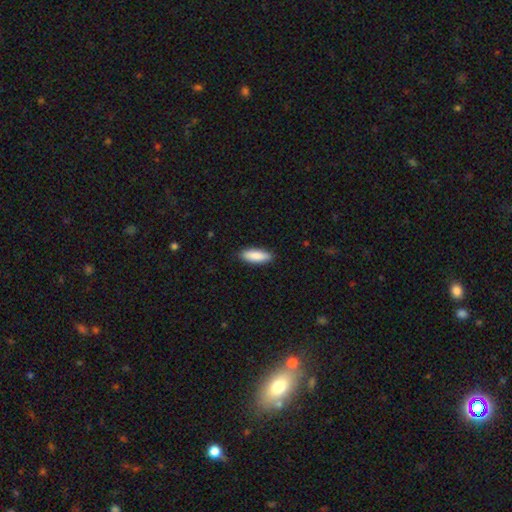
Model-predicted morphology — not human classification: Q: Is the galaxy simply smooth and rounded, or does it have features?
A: smooth — 88%.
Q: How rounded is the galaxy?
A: in between — 62%.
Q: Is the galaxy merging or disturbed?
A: none — 89%.